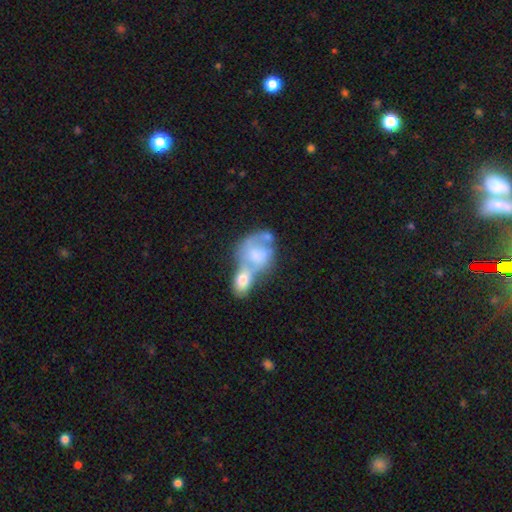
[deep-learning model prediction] smooth-or-featured: featured or disk: 48% | smooth: 44% | star or artifact: 9%
  merging: merger: 69% | none: 12% | major disturbance: 11% | minor disturbance: 8%